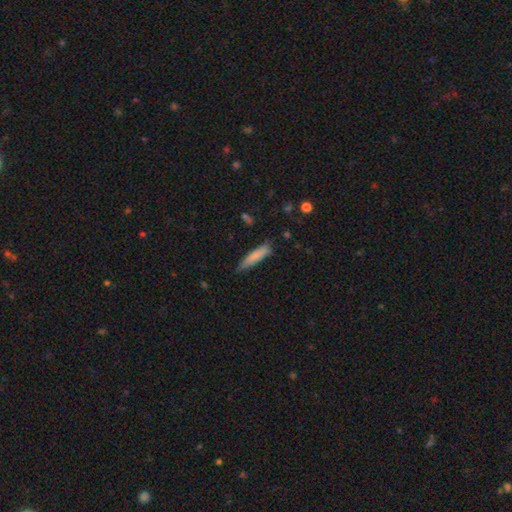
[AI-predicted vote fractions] The model was most divided on "merging": none: 70%, minor disturbance: 24%, major disturbance: 4%, merger: 2%. More confident: how rounded — cigar-shaped (84%); smooth or featured — smooth (79%).